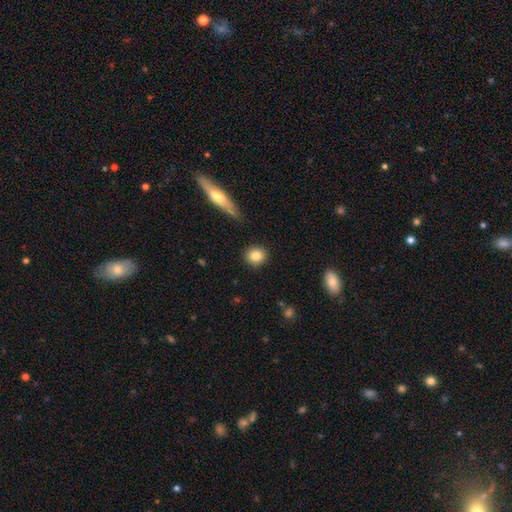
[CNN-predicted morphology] smooth 84%, star or artifact 8%, featured or disk 8%. Down the decision tree: how rounded — round (86%); merging — none (89%).